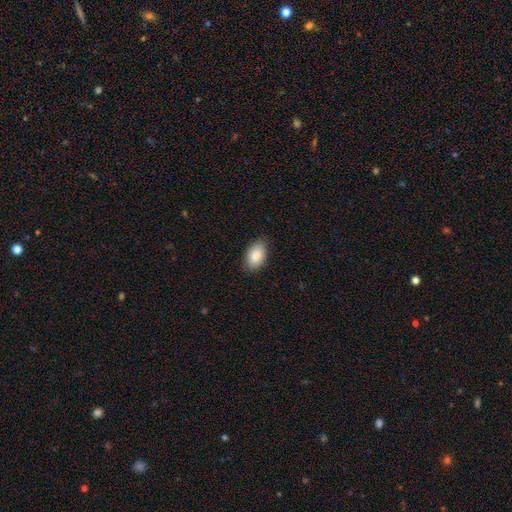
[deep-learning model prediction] Smooth or featured?
  - smooth: 86% *
  - featured or disk: 7%
  - star or artifact: 7%
How rounded?
  - in between: 92% *
  - round: 6%
  - cigar-shaped: 2%
Merging?
  - none: 84% *
  - minor disturbance: 13%
  - major disturbance: 2%
  - merger: 1%